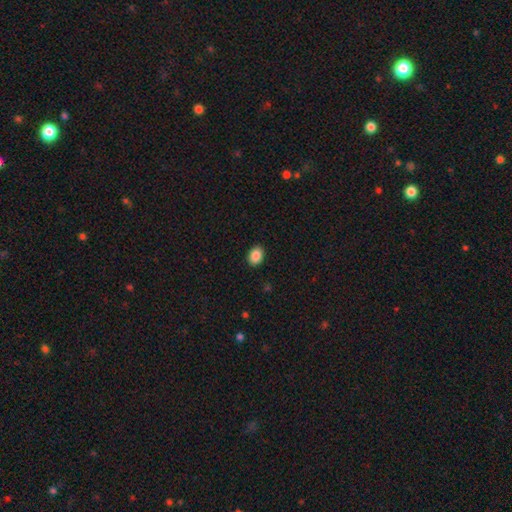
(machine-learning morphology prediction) smooth-or-featured: smooth: 88% | star or artifact: 8% | featured or disk: 3%
  how-rounded: in between: 70% | round: 29% | cigar-shaped: 1%
  merging: none: 91% | minor disturbance: 7% | major disturbance: 2% | merger: 1%